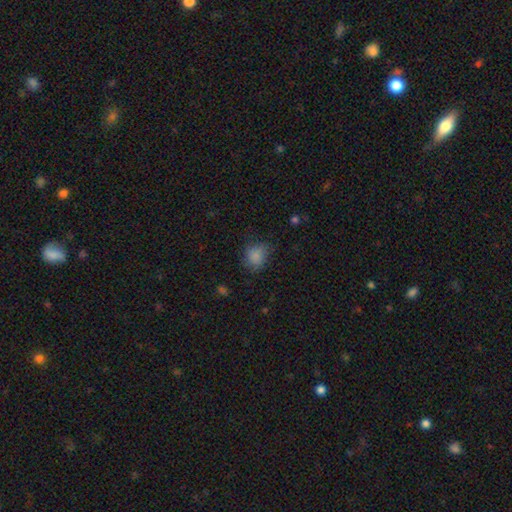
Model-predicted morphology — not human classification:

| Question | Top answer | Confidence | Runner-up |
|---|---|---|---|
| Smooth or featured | smooth | 83% | star or artifact (11%) |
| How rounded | round | 67% | in between (32%) |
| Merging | none | 68% | minor disturbance (23%) |